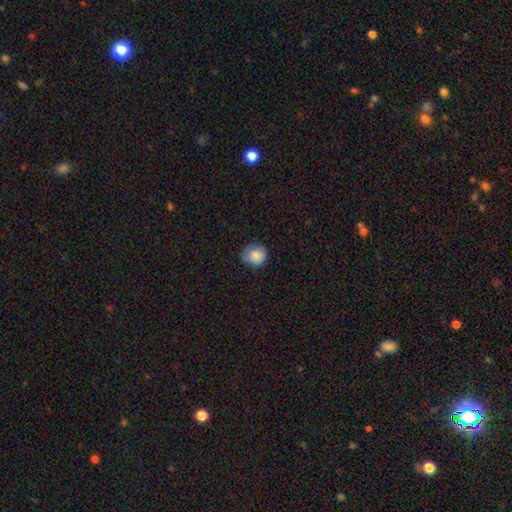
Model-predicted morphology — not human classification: type=smooth (85%); roundness=round (86%); merging=none (72%).